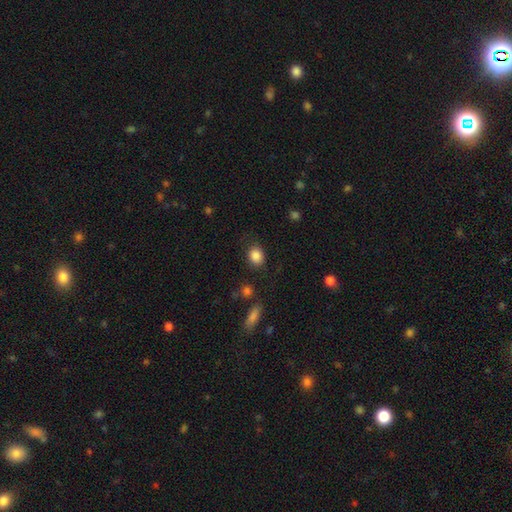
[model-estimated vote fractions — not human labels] smooth-or-featured: smooth: 87% | star or artifact: 9% | featured or disk: 4%
  how-rounded: round: 55% | in between: 44% | cigar-shaped: 1%
  merging: none: 82% | minor disturbance: 12% | major disturbance: 4% | merger: 2%